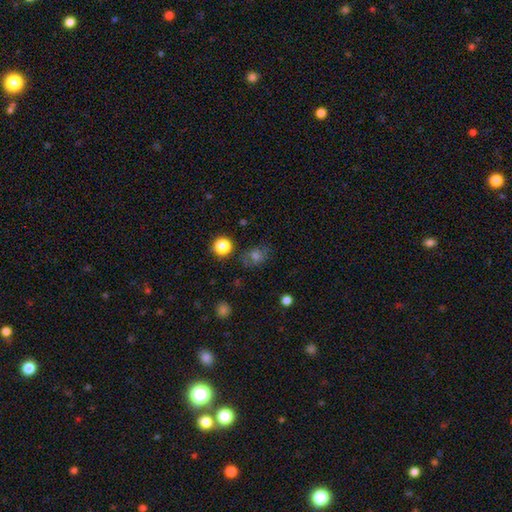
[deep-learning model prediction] The model was most divided on "how rounded": in between: 52%, round: 47%, cigar-shaped: 2%. More confident: merging — none (72%); smooth or featured — smooth (59%).